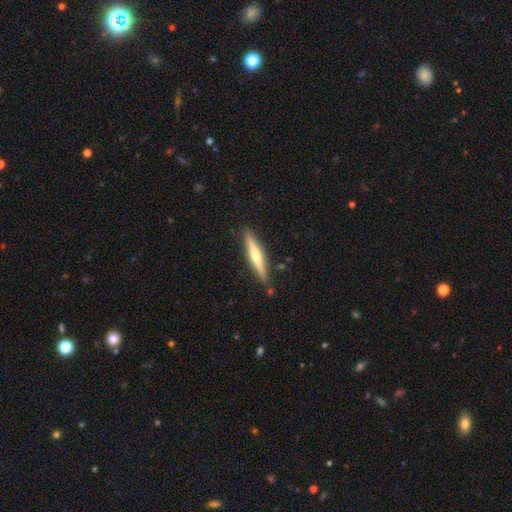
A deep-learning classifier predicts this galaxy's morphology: Smooth or featured? featured or disk (53%)
Edge-on disk? yes (96%)
Edge-on bulge? rounded (75%)
Merging? none (85%)